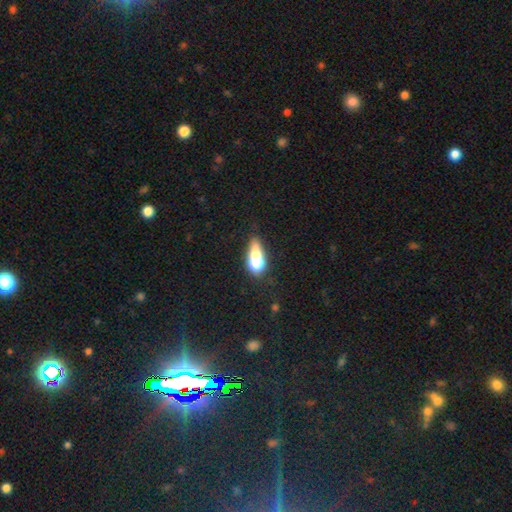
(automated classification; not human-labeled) Morphology: type=smooth (64%); roundness=in between (65%); merging=merger (49%).